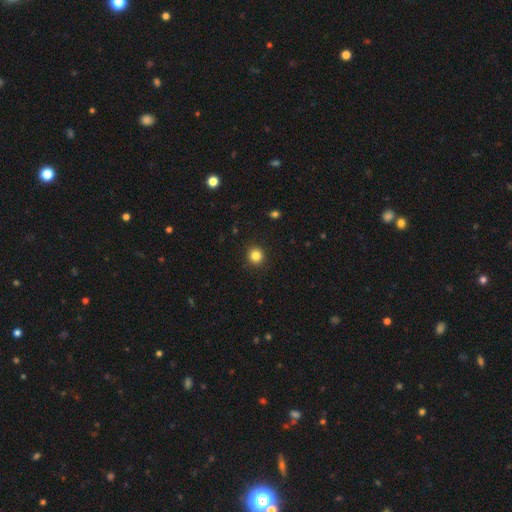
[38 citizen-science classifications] Q: Smooth or featured?
A: smooth (87%); runner-up: star or artifact (8%)
Q: How rounded?
A: round (94%); runner-up: in between (6%)
Q: Merging?
A: none (89%); runner-up: minor disturbance (9%)